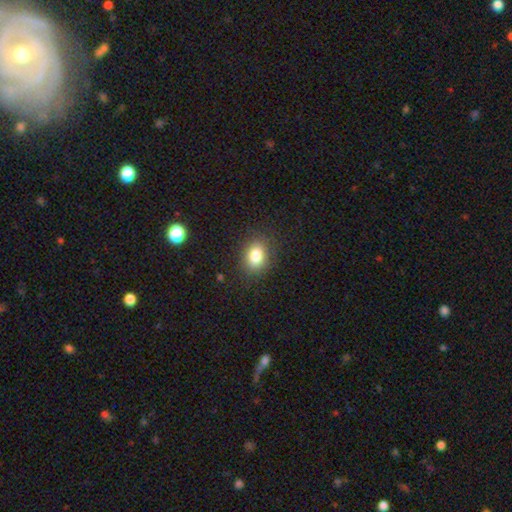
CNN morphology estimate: Overall: smooth (82%). How rounded: in between (64%; round 35%). Merging: none (86%).